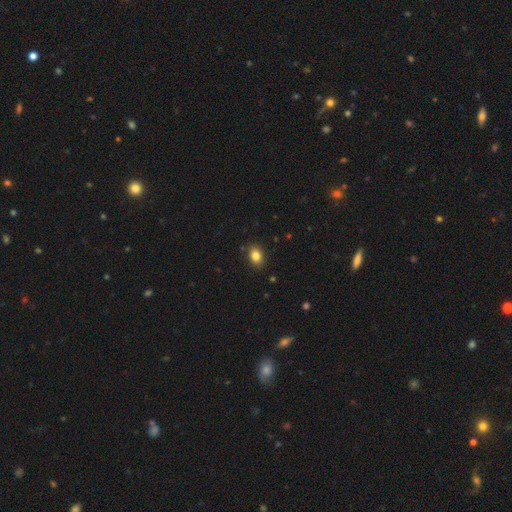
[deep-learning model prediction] This appears to be a smooth galaxy with no disk features (84%) that is in between round and cigar-shaped (72%). Merging: none (87%).